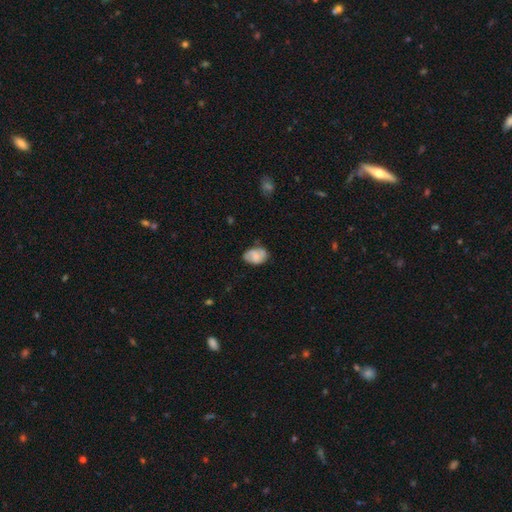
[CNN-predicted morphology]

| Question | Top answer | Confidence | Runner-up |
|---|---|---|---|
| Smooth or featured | smooth | 62% | featured or disk (30%) |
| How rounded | in between | 82% | round (17%) |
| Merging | none | 61% | minor disturbance (29%) |